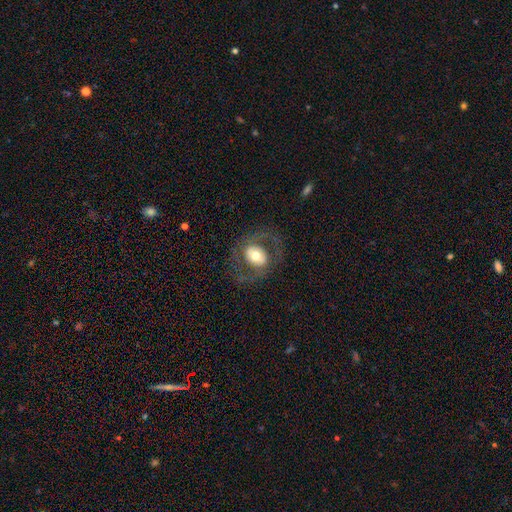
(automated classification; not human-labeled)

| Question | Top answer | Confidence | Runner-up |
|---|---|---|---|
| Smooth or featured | featured or disk | 53% | smooth (39%) |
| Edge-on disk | no | 94% | yes (6%) |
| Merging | none | 71% | major disturbance (15%) |